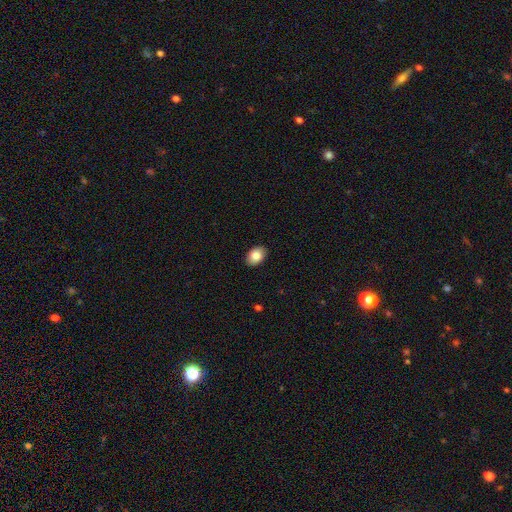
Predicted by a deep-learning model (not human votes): This appears to be a smooth galaxy with no disk features (84%) that is in between round and cigar-shaped (85%). Merging: none (90%).